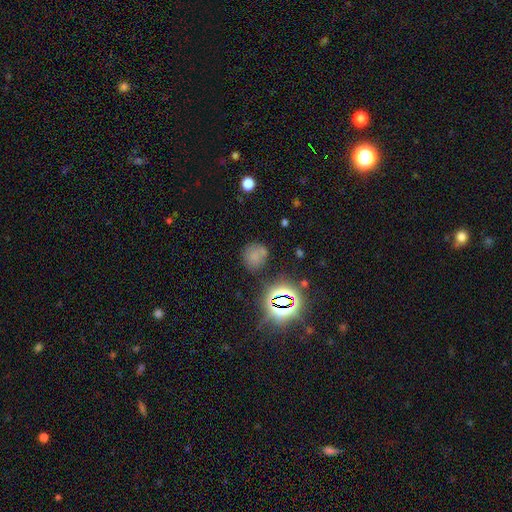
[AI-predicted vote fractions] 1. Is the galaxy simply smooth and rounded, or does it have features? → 60% smooth, 30% star or artifact, 10% featured or disk.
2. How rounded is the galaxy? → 79% round, 20% in between, 1% cigar-shaped.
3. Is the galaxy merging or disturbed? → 63% none, 17% minor disturbance, 13% merger, 7% major disturbance.